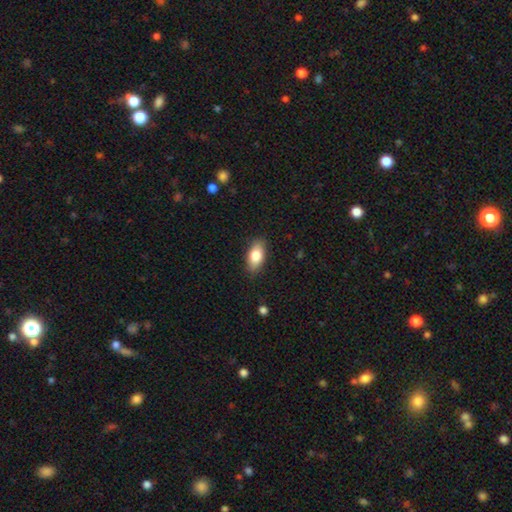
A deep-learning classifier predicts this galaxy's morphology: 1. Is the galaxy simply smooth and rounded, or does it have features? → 81% smooth, 12% featured or disk, 7% star or artifact.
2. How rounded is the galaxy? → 89% in between, 7% cigar-shaped, 4% round.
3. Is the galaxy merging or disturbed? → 85% none, 11% minor disturbance, 2% major disturbance, 1% merger.